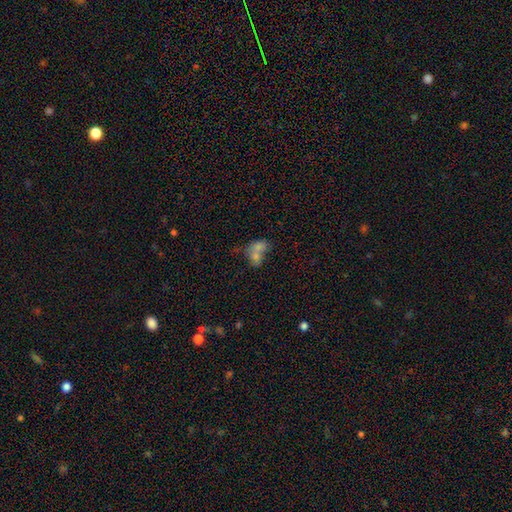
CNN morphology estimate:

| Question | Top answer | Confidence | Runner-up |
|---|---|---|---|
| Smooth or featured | smooth | 64% | featured or disk (19%) |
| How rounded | in between | 60% | round (38%) |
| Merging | merger | 65% | none (22%) |